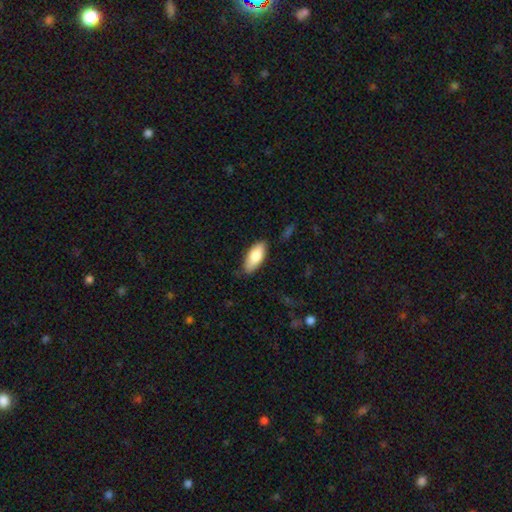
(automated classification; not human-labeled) The model was most divided on "smooth or featured": smooth: 80%, featured or disk: 14%, star or artifact: 6%. More confident: how rounded — in between (84%); merging — none (82%).